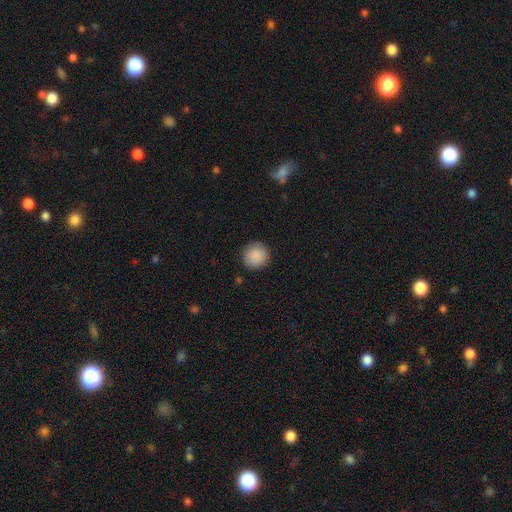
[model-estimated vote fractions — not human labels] smooth_or_featured: smooth (p=0.89) [alt: star or artifact p=0.07]
how_rounded: round (p=0.93) [alt: in between p=0.06]
merging: none (p=0.90) [alt: minor disturbance p=0.07]